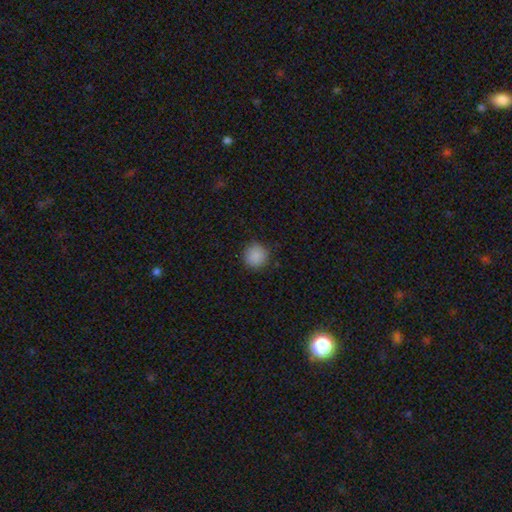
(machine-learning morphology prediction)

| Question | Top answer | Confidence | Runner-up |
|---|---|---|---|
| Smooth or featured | smooth | 88% | star or artifact (9%) |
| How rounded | round | 93% | in between (6%) |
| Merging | none | 88% | minor disturbance (9%) |